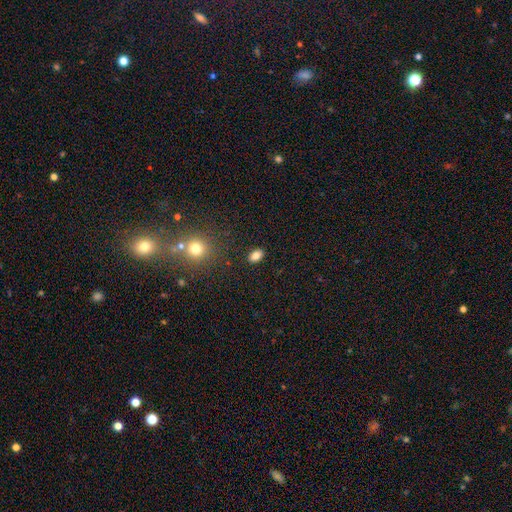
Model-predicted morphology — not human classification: A smooth galaxy with no disk features (83%) that is in between round and cigar-shaped (87%).

Vote fractions:
- Smooth or featured? smooth: 83% / star or artifact: 11% / featured or disk: 6%
- How rounded? in between: 87% / round: 11% / cigar-shaped: 2%
- Merging? none: 88% / minor disturbance: 8% / major disturbance: 2% / merger: 2%